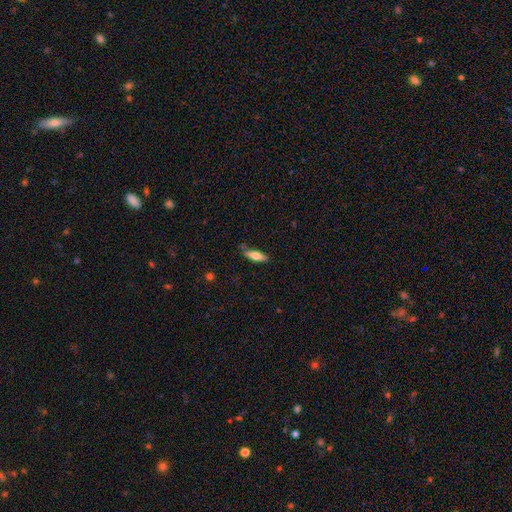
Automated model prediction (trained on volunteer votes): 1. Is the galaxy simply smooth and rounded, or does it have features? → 65% smooth, 28% featured or disk, 6% star or artifact.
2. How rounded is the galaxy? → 49% in between, 48% cigar-shaped, 2% round.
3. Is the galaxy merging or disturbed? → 78% none, 16% minor disturbance, 3% merger, 3% major disturbance.